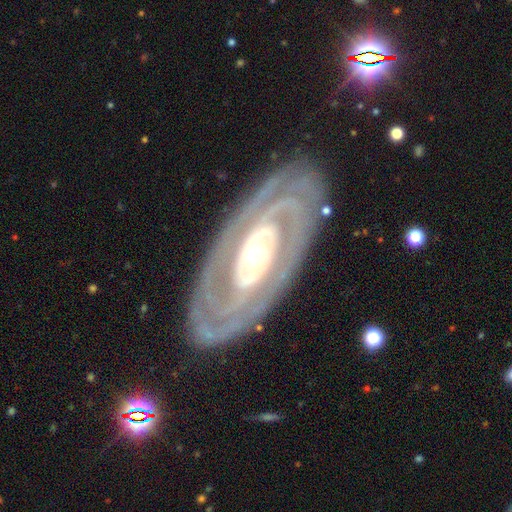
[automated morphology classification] type=featured or disk (87%); edge-on=no (90%); bar=no (71%); spiral arms=yes (79%); winding=tight (72%); arm count=2 (40%); bulge=moderate (68%); merging=none (80%).